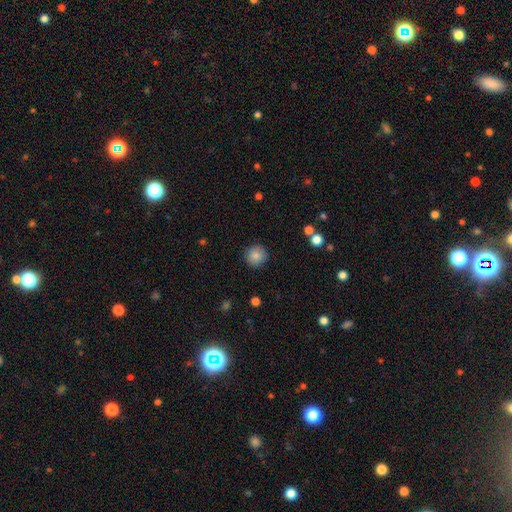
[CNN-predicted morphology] type=smooth (85%); roundness=round (95%); merging=none (91%).